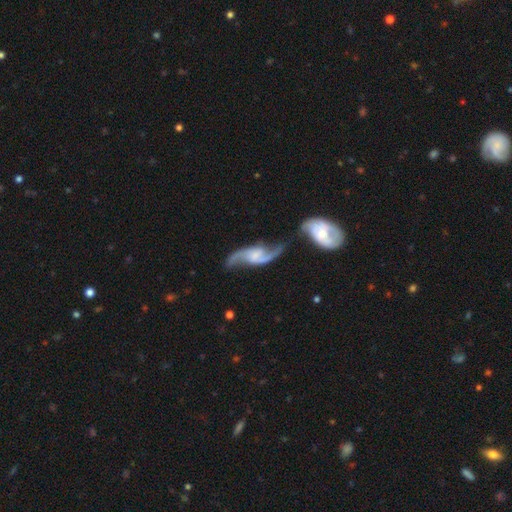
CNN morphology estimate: featured or disk 90%, smooth 6%, star or artifact 4%. Down the decision tree: edge-on disk — no (96%); bar — weak (45%); spiral arms — yes (97%); spiral arm count — 2 (94%); spiral winding — loose (80%); bulge size — none (38%); merging — none (54%).